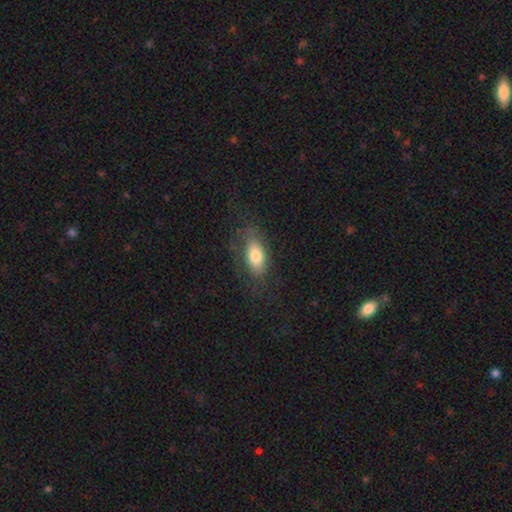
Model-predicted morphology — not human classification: This is likely a smooth galaxy (73%). How rounded: clearly in between (85%). Merging: likely none (69%).